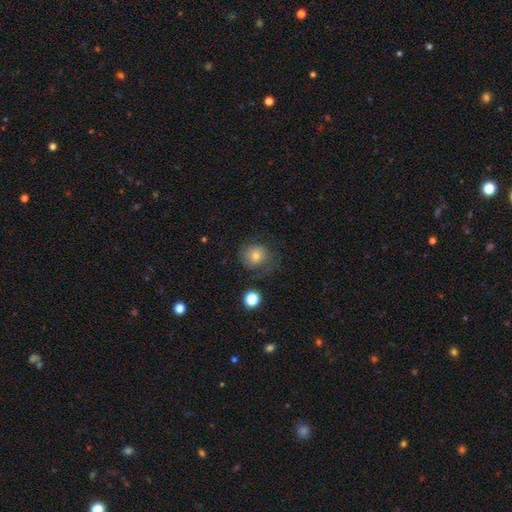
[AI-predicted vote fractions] smooth 66%, featured or disk 22%, star or artifact 12%. Down the decision tree: how rounded — round (80%); merging — none (62%).